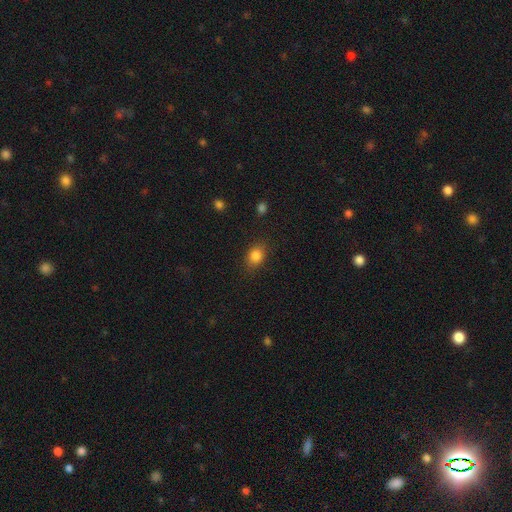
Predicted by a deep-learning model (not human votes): smooth 84%, star or artifact 10%, featured or disk 6%. Down the decision tree: how rounded — in between (56%); merging — none (82%).